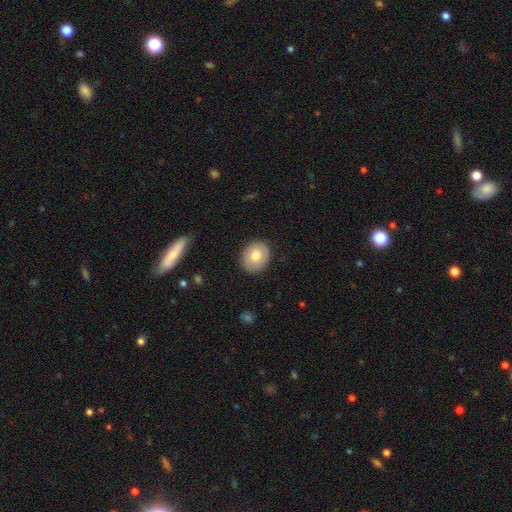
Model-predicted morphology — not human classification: smooth_or_featured: smooth (p=0.71) [alt: featured or disk p=0.21]
how_rounded: round (p=0.60) [alt: in between p=0.39]
merging: none (p=0.86) [alt: minor disturbance p=0.10]